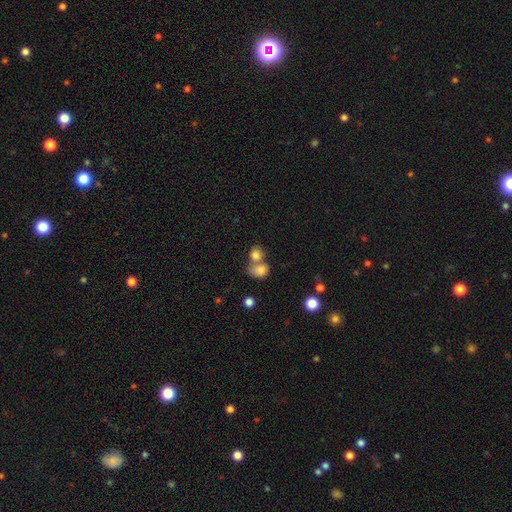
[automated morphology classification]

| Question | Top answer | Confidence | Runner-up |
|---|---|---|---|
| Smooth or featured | smooth | 81% | star or artifact (11%) |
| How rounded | round | 66% | in between (33%) |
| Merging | merger | 51% | none (38%) |